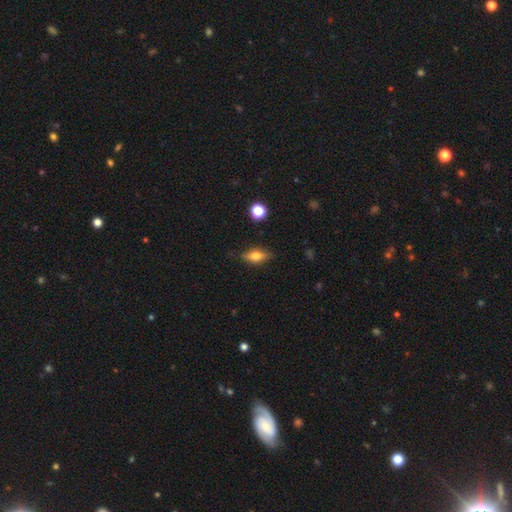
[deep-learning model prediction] This appears to be a smooth galaxy with no disk features (58%) that is in between round and cigar-shaped (69%). Merging: none (82%).